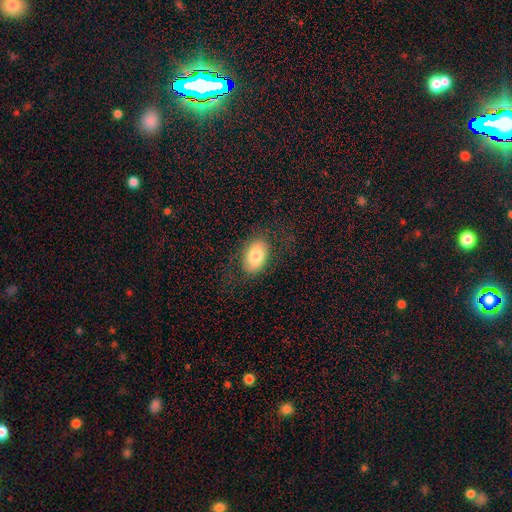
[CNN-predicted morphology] smooth_or_featured: smooth (p=0.78) [alt: featured or disk p=0.15]
how_rounded: in between (p=0.88) [alt: round p=0.11]
merging: none (p=0.78) [alt: minor disturbance p=0.14]